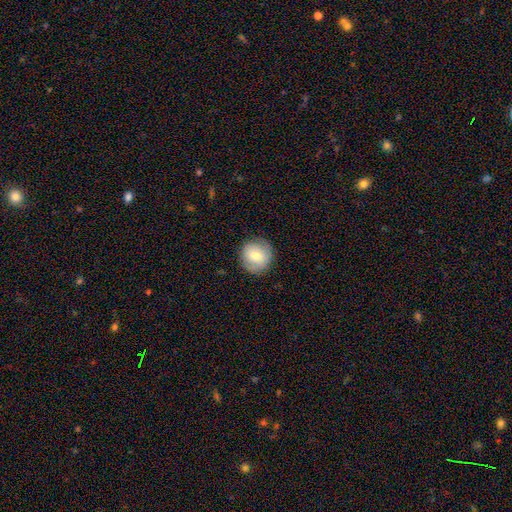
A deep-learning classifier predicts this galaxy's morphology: Smooth or featured? Predicted: smooth (p=0.73). How rounded? Predicted: round (p=0.89). Merging? Predicted: none (p=0.85).